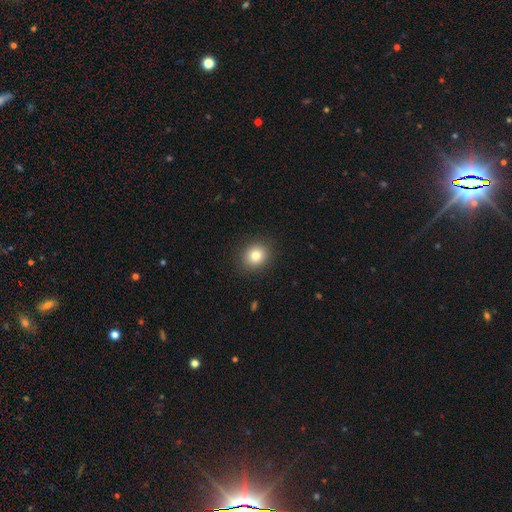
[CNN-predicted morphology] smooth_or_featured: smooth (p=0.81) [alt: star or artifact p=0.11]
how_rounded: round (p=0.76) [alt: in between p=0.23]
merging: none (p=0.90) [alt: minor disturbance p=0.07]